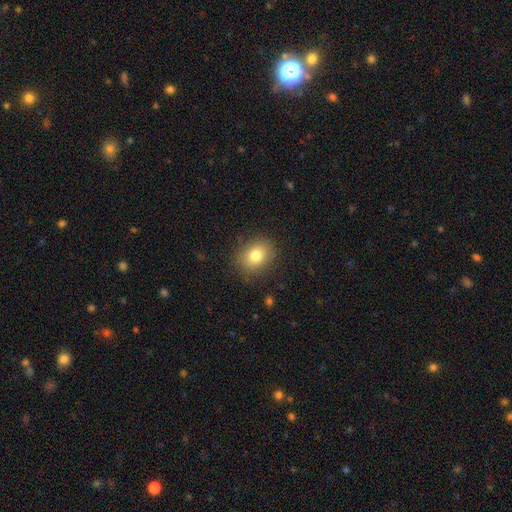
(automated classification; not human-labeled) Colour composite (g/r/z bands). It shows a smooth galaxy with no disk features (80%) that is round (52%). Merging: none (87%).